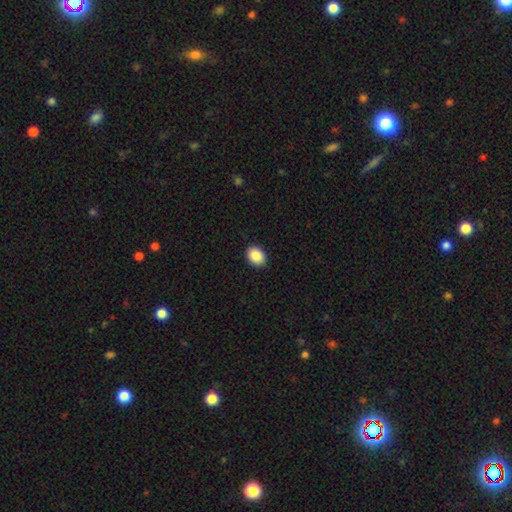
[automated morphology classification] The model was most divided on "how rounded": in between: 70%, round: 29%, cigar-shaped: 1%. More confident: merging — none (91%); smooth or featured — smooth (89%).